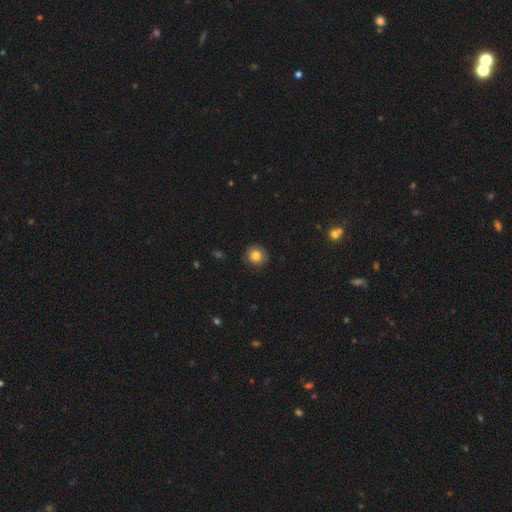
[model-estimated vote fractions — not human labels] smooth-or-featured: smooth: 83% | star or artifact: 10% | featured or disk: 7%
  how-rounded: round: 89% | in between: 10% | cigar-shaped: 1%
  merging: none: 87% | minor disturbance: 9% | major disturbance: 2% | merger: 1%